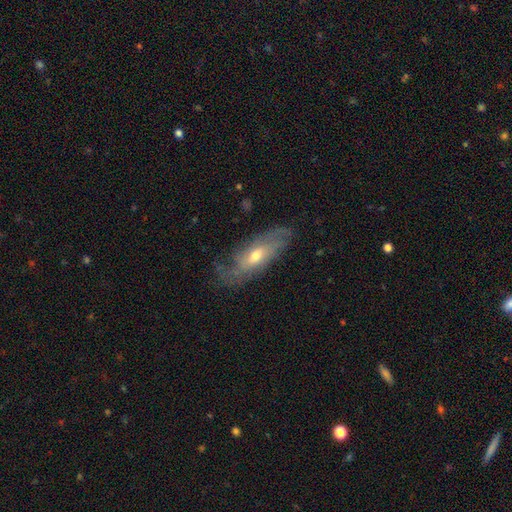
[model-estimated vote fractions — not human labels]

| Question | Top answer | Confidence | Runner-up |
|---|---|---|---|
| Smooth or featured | featured or disk | 61% | smooth (32%) |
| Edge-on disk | no | 77% | yes (23%) |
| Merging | none | 65% | minor disturbance (23%) |